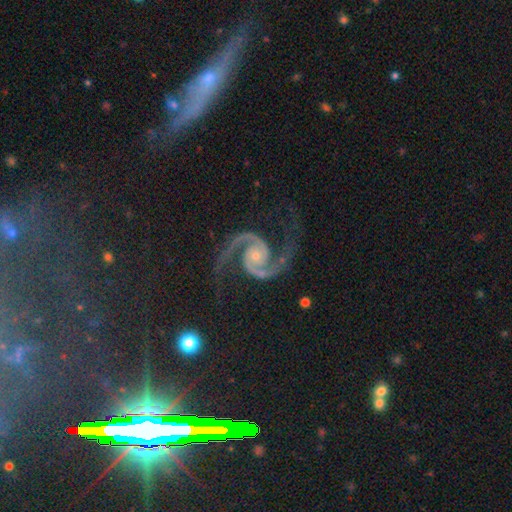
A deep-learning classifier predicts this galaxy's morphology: smooth-or-featured: featured or disk: 94% | star or artifact: 4% | smooth: 2%
  disk-edge-on: no: 98% | yes: 2%
    bar: no: 75% | weak: 18% | strong: 7%
    has-spiral-arms: yes: 99% | no: 1%
      spiral-winding: medium: 62% | tight: 22% | loose: 16%
      spiral-arm-count: 2: 95% | 3: 1% | can't tell: 1% | 1: 1% | 4: 1% | more than 4: 1%
    bulge-size: small: 63% | moderate: 31% | none: 3% | large: 2% | dominant: 1%
  merging: none: 78% | minor disturbance: 13% | major disturbance: 7% | merger: 2%